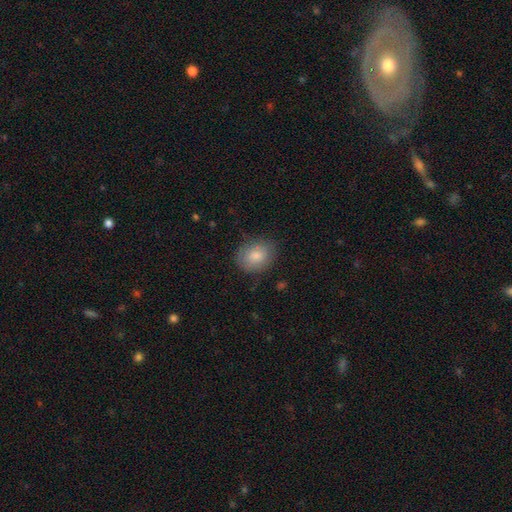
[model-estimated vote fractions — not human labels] smooth-or-featured: smooth: 81% | featured or disk: 12% | star or artifact: 7%
  how-rounded: round: 56% | in between: 43% | cigar-shaped: 1%
  merging: none: 77% | minor disturbance: 17% | major disturbance: 5% | merger: 1%